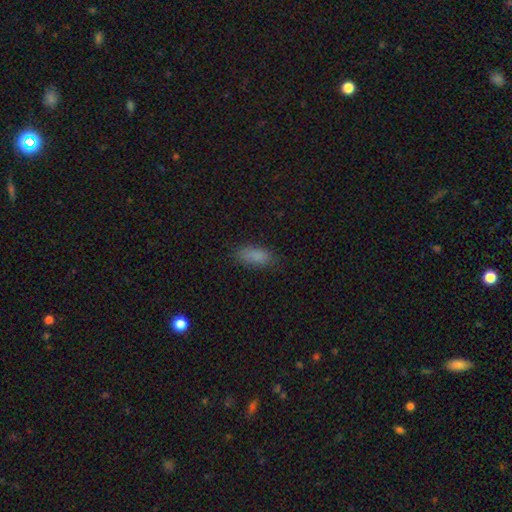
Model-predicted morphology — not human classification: A smooth galaxy with no disk features (85%) that is in between round and cigar-shaped (83%). Merging: none (80%).